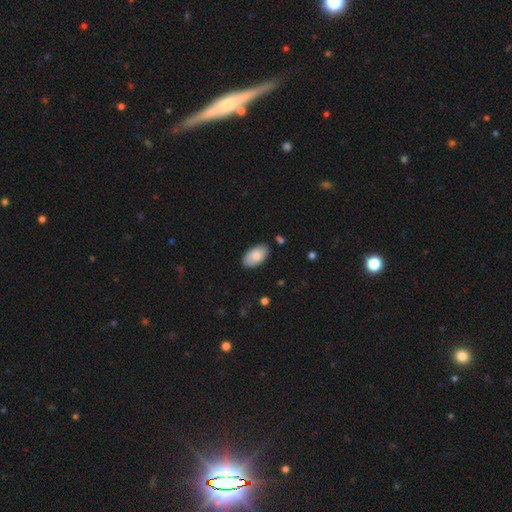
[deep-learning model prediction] Smooth or featured?
  - smooth: 83% *
  - featured or disk: 11%
  - star or artifact: 6%
How rounded?
  - in between: 95% *
  - round: 3%
  - cigar-shaped: 1%
Merging?
  - none: 83% *
  - minor disturbance: 12%
  - major disturbance: 2%
  - merger: 2%